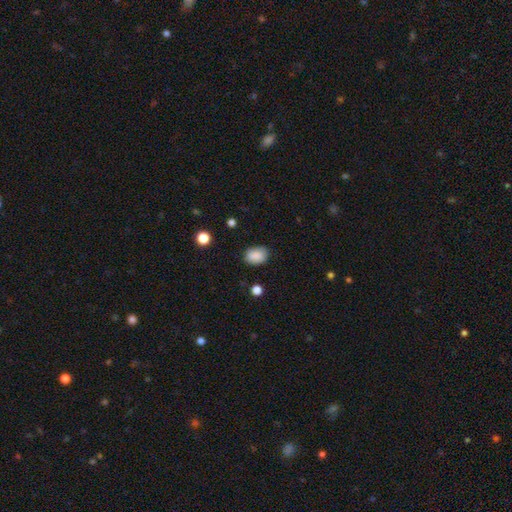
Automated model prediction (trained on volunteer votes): A smooth galaxy with no disk features (88%) that is in between round and cigar-shaped (71%). Merging: none (80%).